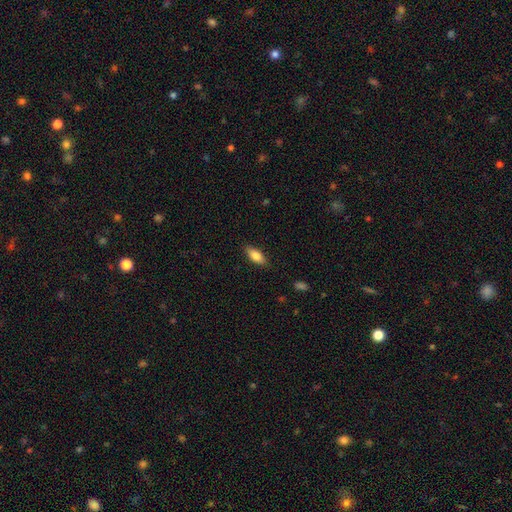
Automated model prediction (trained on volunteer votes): This is clearly a smooth galaxy (81%). How rounded: clearly in between (80%). Merging: clearly none (86%).